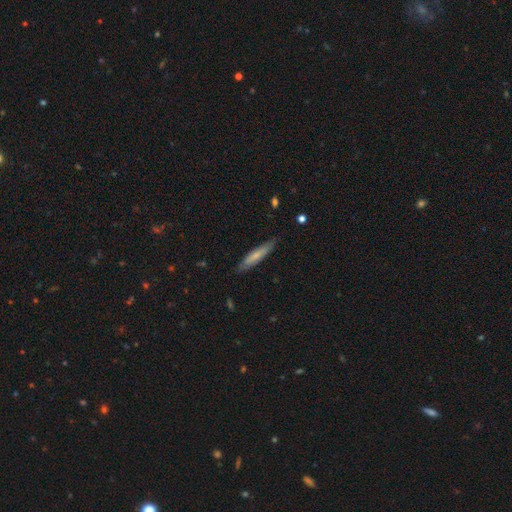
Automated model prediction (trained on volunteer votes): Overall: smooth (63%; featured or disk 32%). How rounded: cigar-shaped (87%). Merging: none (81%).